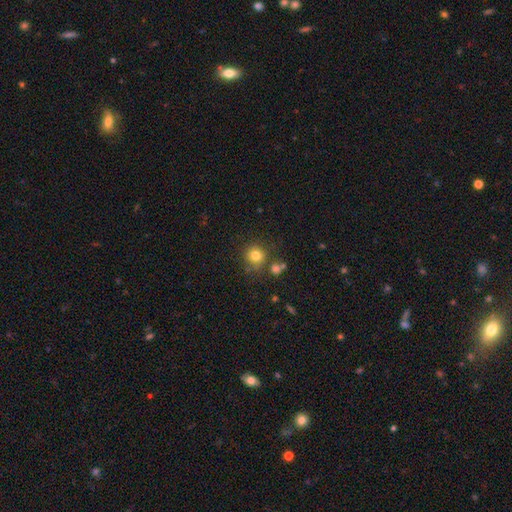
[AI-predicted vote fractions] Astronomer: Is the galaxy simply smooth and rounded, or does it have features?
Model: smooth — 80%.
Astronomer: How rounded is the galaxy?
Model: round — 92%.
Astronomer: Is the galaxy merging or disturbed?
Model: none — 76%.